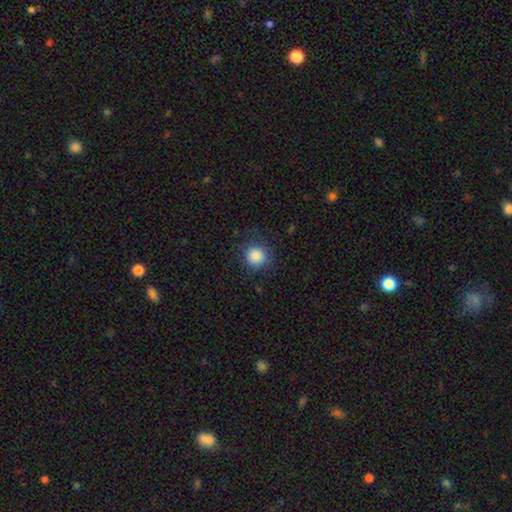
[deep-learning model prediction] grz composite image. It shows a smooth galaxy with no disk features (87%) that is round (92%). Merging: none (83%).